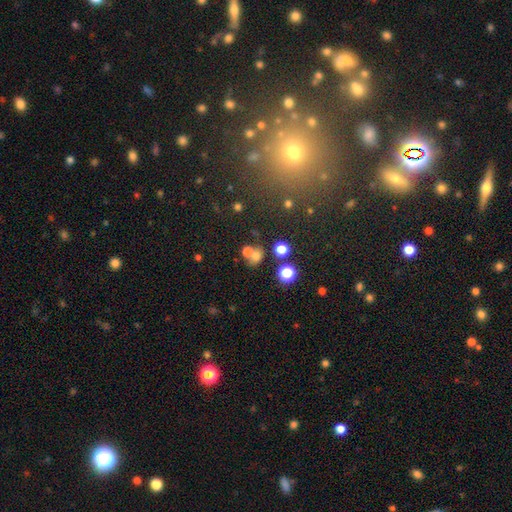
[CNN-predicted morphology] A smooth galaxy with no disk features (65%) that is round (65%). Merging: none (44%).